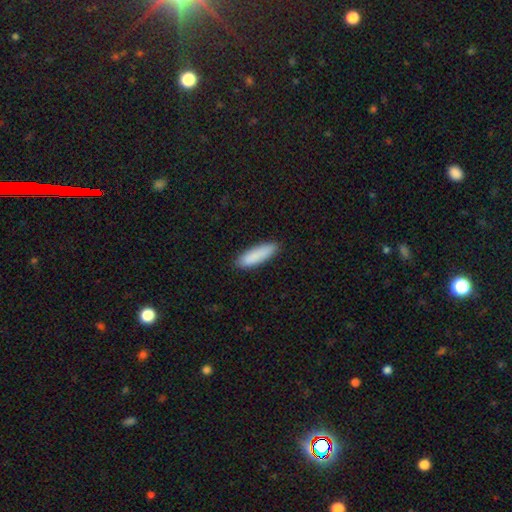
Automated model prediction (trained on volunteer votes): Overall: smooth (89%). How rounded: cigar-shaped (58%; in between 41%). Merging: none (88%).